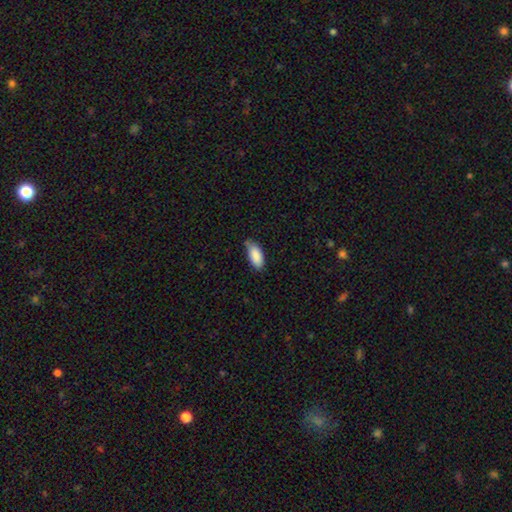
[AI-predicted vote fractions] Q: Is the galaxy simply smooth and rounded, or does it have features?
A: smooth — 89%.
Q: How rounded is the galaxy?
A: in between — 90%.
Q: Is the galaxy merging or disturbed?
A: none — 65%.